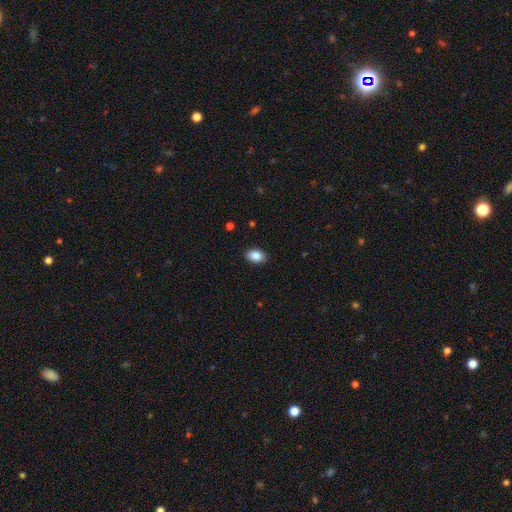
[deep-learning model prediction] A smooth galaxy with no disk features (87%) that is in between round and cigar-shaped (83%).

Vote fractions:
- Smooth or featured? smooth: 87% / star or artifact: 8% / featured or disk: 5%
- How rounded? in between: 83% / round: 16% / cigar-shaped: 1%
- Merging? none: 89% / minor disturbance: 8% / major disturbance: 2% / merger: 1%